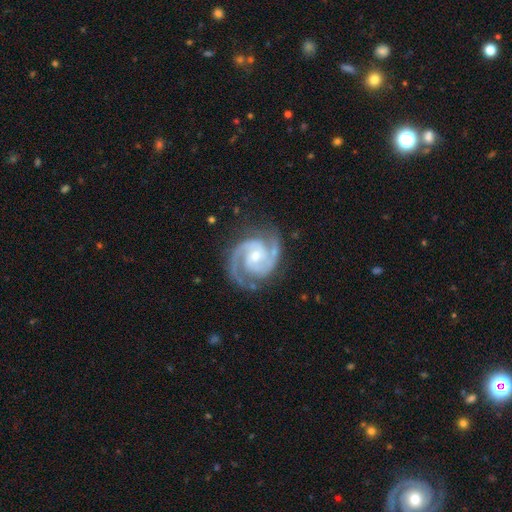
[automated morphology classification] type=featured or disk (93%); edge-on=no (98%); bar=no (51%); spiral arms=yes (99%); winding=medium (49%); arm count=2 (88%); bulge=moderate (49%); merging=none (79%).